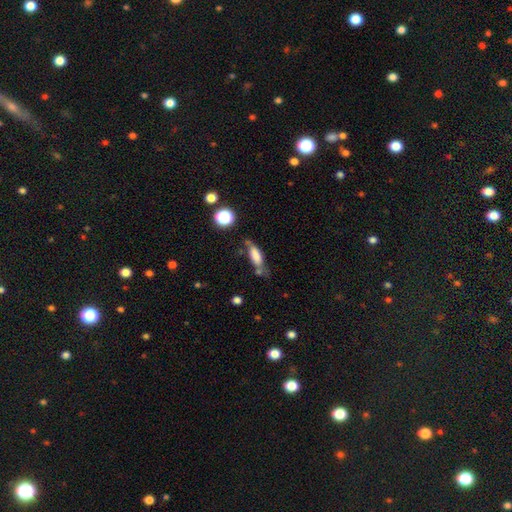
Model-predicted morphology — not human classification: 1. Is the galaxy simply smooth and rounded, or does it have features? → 69% smooth, 21% featured or disk, 10% star or artifact.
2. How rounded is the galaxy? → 60% in between, 36% cigar-shaped, 4% round.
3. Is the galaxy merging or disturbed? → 50% none, 26% minor disturbance, 12% major disturbance, 12% merger.